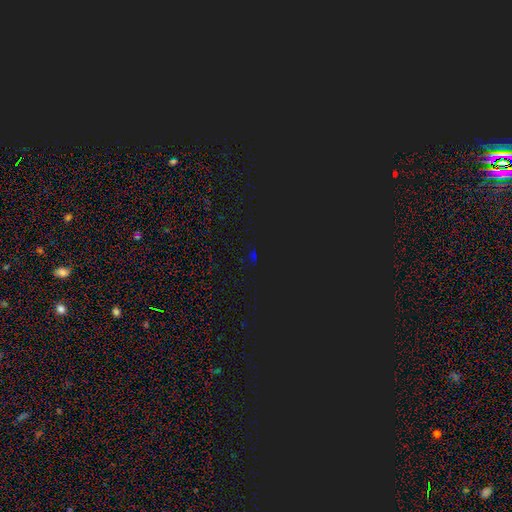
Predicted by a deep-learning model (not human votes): Smooth or featured: star or artifact — 76% (smooth — 16%)